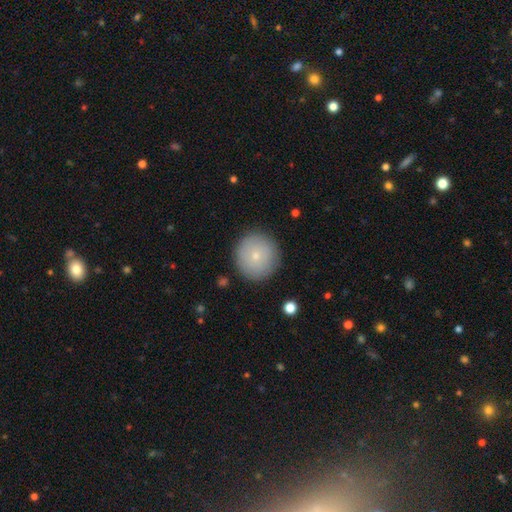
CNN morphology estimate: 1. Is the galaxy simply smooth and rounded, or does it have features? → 74% smooth, 18% featured or disk, 8% star or artifact.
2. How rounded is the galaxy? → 93% round, 6% in between, 1% cigar-shaped.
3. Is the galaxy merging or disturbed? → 88% none, 8% minor disturbance, 3% major disturbance, 1% merger.